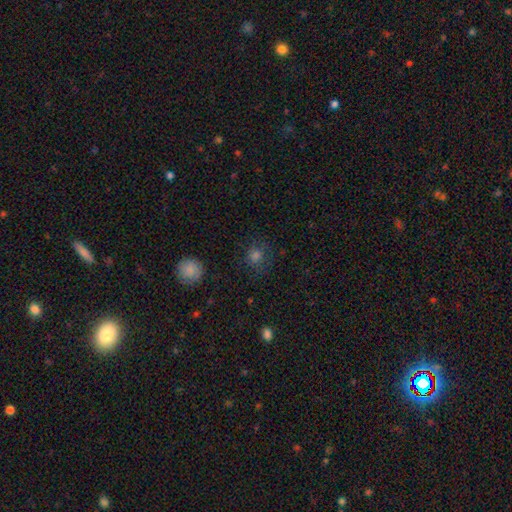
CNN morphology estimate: Smooth or featured: smooth — 70% (star or artifact — 22%)
How rounded: round — 86% (in between — 13%)
Merging: none — 77% (minor disturbance — 14%)